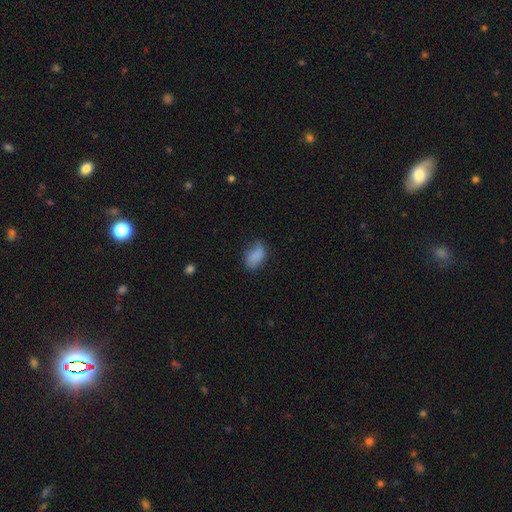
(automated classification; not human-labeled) A smooth galaxy with no disk features (83%) that is in between round and cigar-shaped (88%). Merging: none (63%).